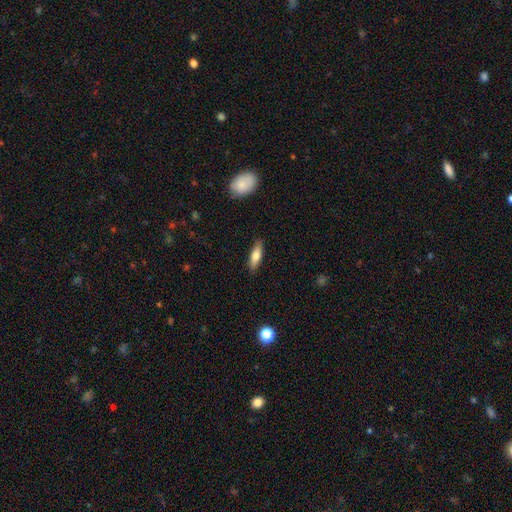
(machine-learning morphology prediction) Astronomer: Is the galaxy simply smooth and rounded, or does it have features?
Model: smooth — 73%.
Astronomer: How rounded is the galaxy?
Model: cigar-shaped — 55% (runner-up: in between, 43%).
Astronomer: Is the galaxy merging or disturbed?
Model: none — 87%.